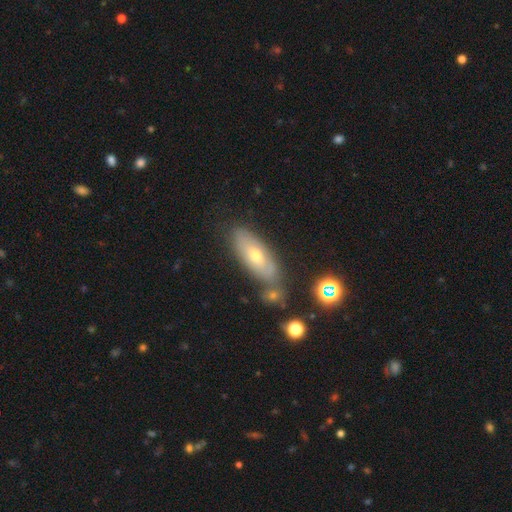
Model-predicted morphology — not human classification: Smooth or featured?
  - smooth: 49% *
  - featured or disk: 42%
  - star or artifact: 10%
Merging?
  - none: 70% *
  - minor disturbance: 16%
  - merger: 10%
  - major disturbance: 5%